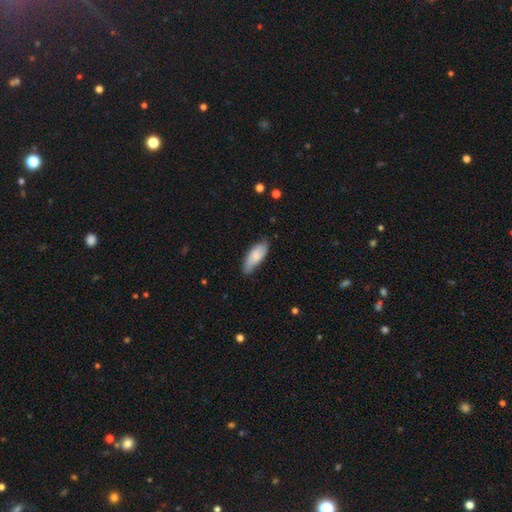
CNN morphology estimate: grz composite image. It shows a smooth galaxy with no disk features (80%) that is in between round and cigar-shaped (76%). Merging: none (69%).